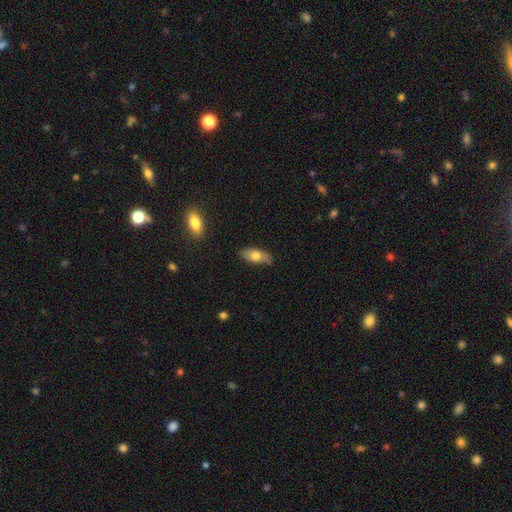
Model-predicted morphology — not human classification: Q: Smooth or featured?
A: smooth (70%); runner-up: featured or disk (24%)
Q: How rounded?
A: in between (81%); runner-up: cigar-shaped (15%)
Q: Merging?
A: none (78%); runner-up: minor disturbance (18%)